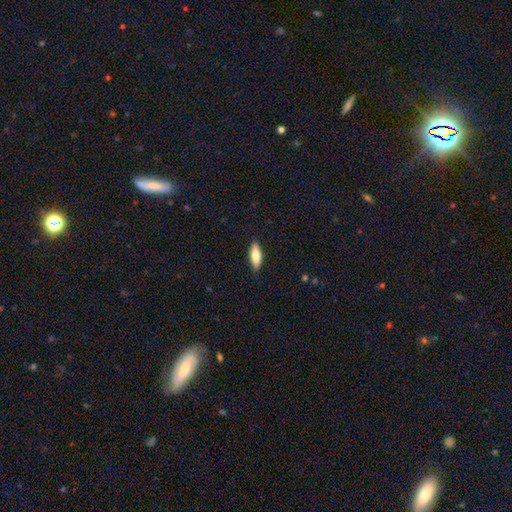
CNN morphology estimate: Smooth or featured: smooth — 74% (featured or disk — 21%)
How rounded: in between — 55% (cigar-shaped — 43%)
Merging: none — 88% (minor disturbance — 9%)